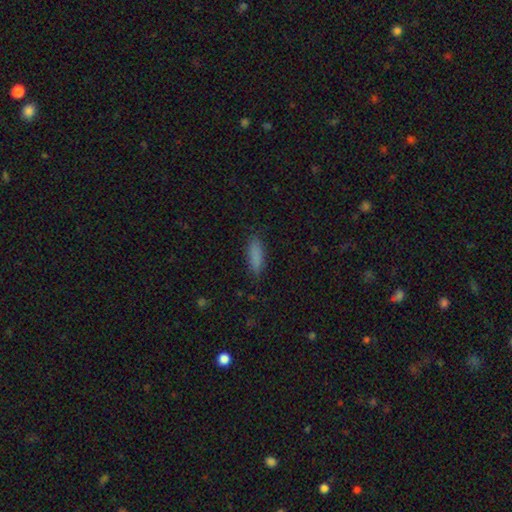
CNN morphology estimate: smooth_or_featured: smooth (p=0.85) [alt: star or artifact p=0.08]
how_rounded: cigar-shaped (p=0.52) [alt: in between p=0.46]
merging: none (p=0.84) [alt: minor disturbance p=0.12]